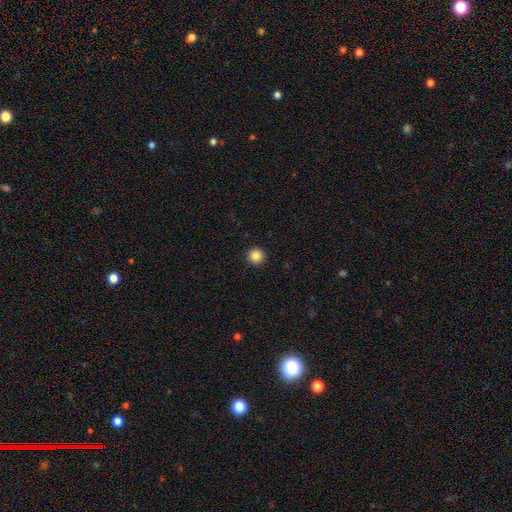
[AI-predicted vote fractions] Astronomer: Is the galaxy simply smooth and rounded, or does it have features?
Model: smooth — 86%.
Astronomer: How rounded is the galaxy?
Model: round — 95%.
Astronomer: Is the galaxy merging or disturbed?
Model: none — 93%.